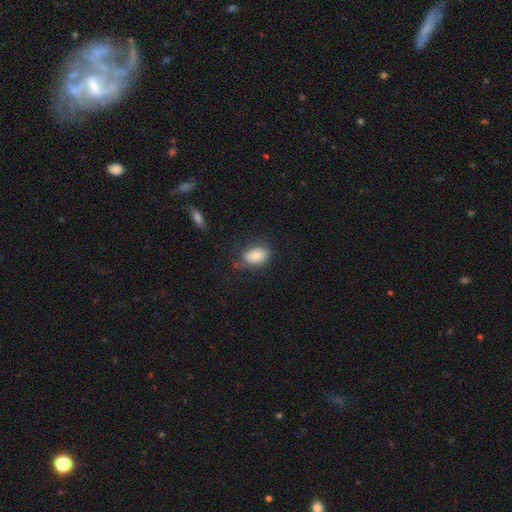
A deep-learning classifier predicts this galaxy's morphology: Smooth or featured? smooth (75%)
How rounded? in between (80%)
Merging? none (62%)